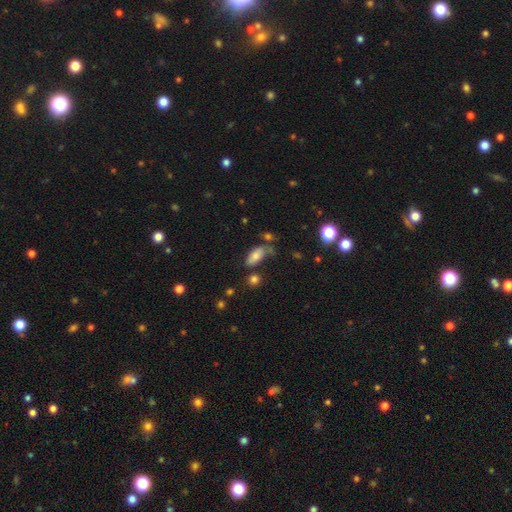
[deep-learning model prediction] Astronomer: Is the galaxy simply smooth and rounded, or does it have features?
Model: smooth — 73%.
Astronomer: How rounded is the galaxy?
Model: in between — 86%.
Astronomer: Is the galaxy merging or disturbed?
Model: none — 53%.